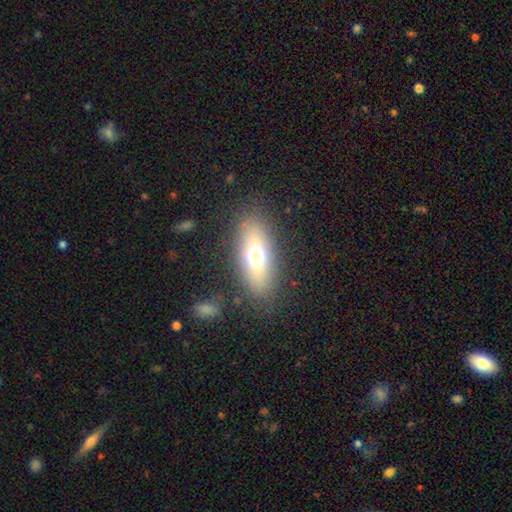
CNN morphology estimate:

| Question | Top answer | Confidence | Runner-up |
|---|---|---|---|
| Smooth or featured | smooth | 64% | featured or disk (24%) |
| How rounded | in between | 76% | cigar-shaped (16%) |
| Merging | none | 84% | minor disturbance (10%) |